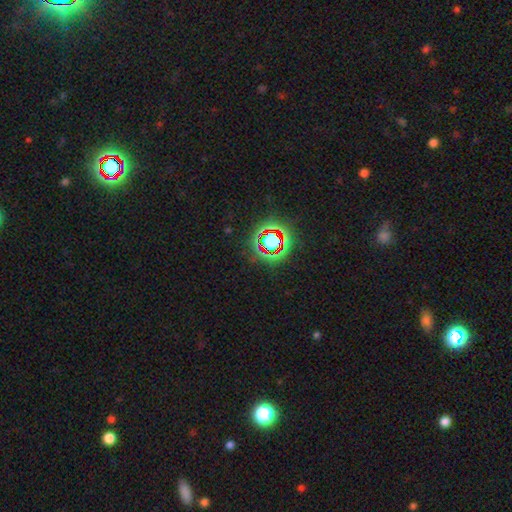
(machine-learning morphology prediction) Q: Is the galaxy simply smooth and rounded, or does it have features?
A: star or artifact — 78%.